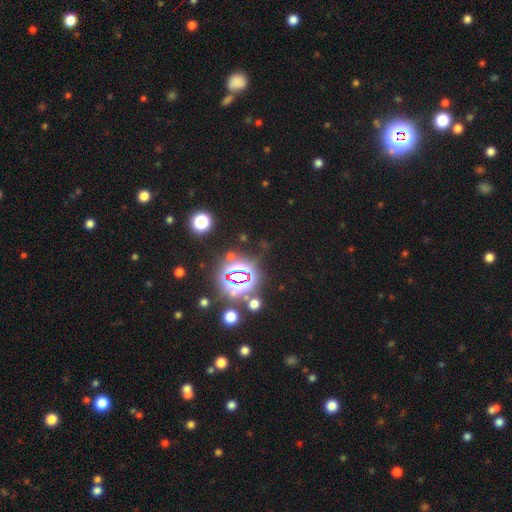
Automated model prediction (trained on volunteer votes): smooth-or-featured: star or artifact: 82% | smooth: 11% | featured or disk: 7%